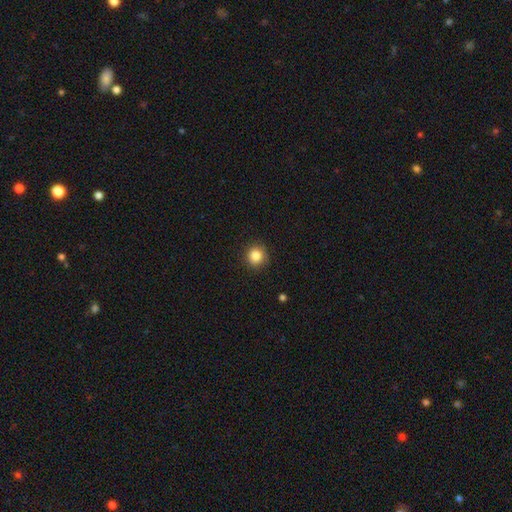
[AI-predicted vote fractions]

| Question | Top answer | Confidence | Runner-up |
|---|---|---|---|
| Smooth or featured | smooth | 85% | star or artifact (10%) |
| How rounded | round | 93% | in between (6%) |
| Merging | none | 89% | minor disturbance (7%) |